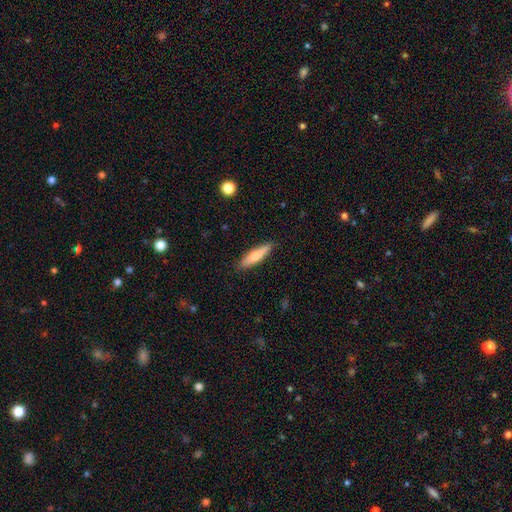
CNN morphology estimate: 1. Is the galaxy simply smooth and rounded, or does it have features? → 64% smooth, 30% featured or disk, 6% star or artifact.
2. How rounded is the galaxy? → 78% cigar-shaped, 21% in between, 2% round.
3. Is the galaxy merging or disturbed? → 88% none, 9% minor disturbance, 2% major disturbance, 1% merger.